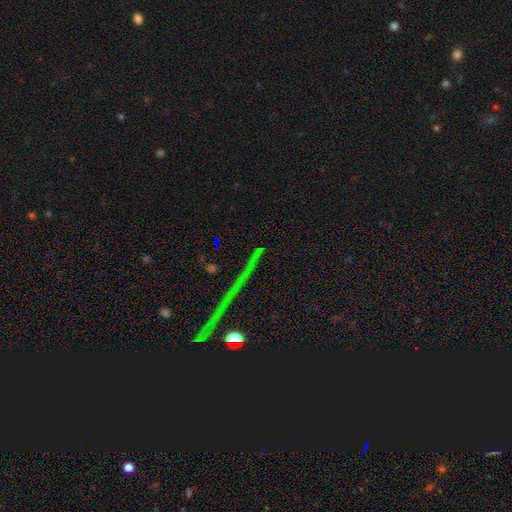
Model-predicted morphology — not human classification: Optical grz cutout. It shows a star or artifact, not a galaxy (78%).